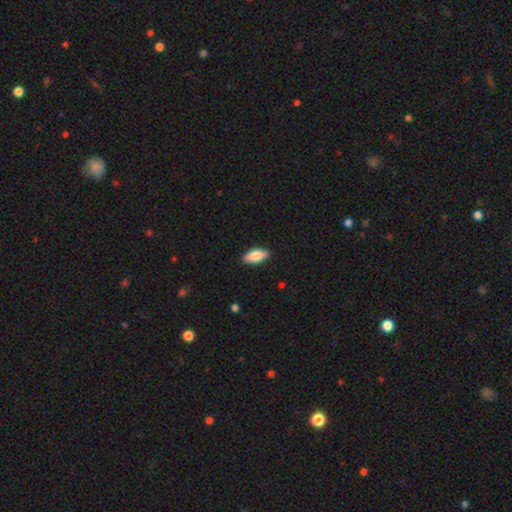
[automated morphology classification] Smooth or featured?
  - smooth: 82% *
  - featured or disk: 12%
  - star or artifact: 6%
How rounded?
  - in between: 84% *
  - cigar-shaped: 14%
  - round: 2%
Merging?
  - none: 88% *
  - minor disturbance: 9%
  - major disturbance: 2%
  - merger: 1%